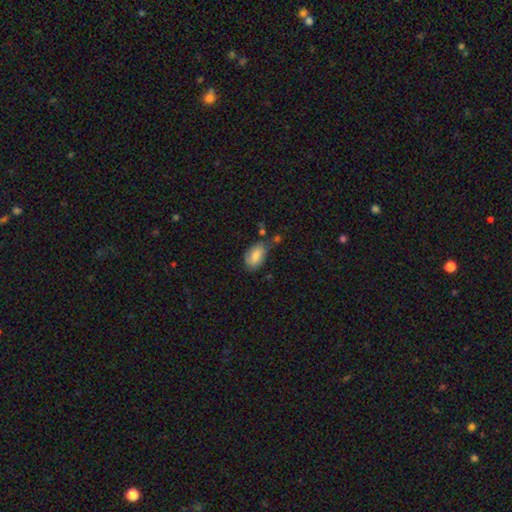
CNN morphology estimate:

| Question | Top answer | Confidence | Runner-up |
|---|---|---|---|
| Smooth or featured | smooth | 78% | featured or disk (14%) |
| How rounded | in between | 91% | round (7%) |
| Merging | none | 51% | minor disturbance (30%) |